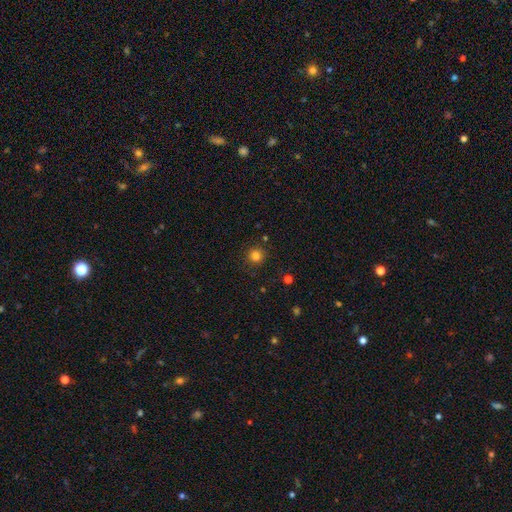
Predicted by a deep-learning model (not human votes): Smooth or featured? smooth (82%)
How rounded? round (93%)
Merging? none (88%)